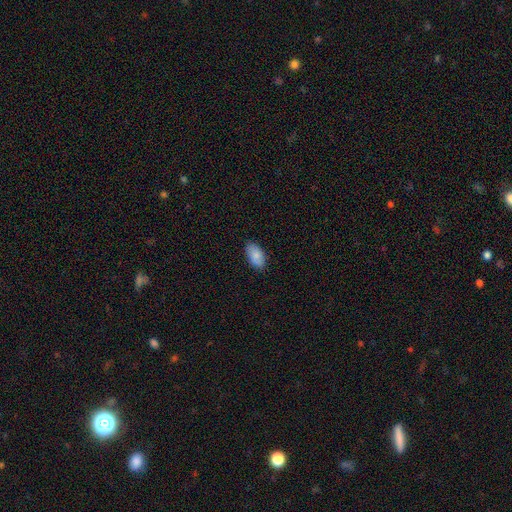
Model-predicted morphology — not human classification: The model was most divided on "merging": none: 84%, minor disturbance: 12%, major disturbance: 2%, merger: 1%. More confident: how rounded — in between (94%); smooth or featured — smooth (85%).